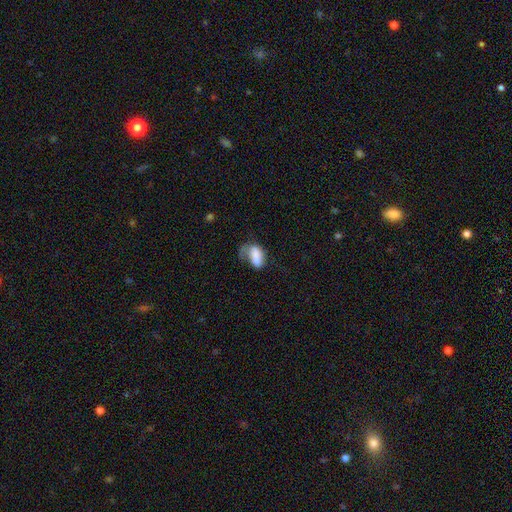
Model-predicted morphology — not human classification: This is likely a smooth galaxy (72%). How rounded: clearly in between (89%). Merging: possibly major disturbance (46%).